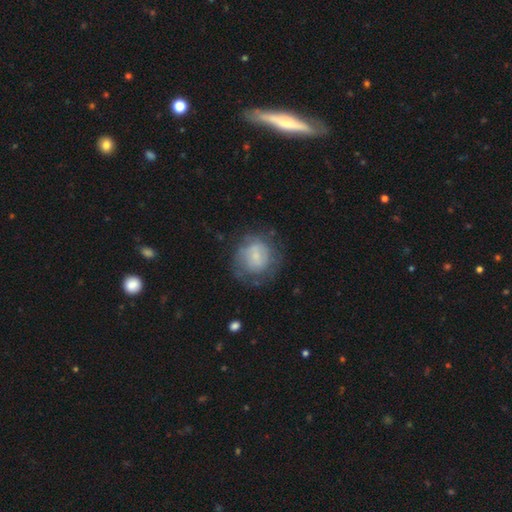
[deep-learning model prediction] Smooth or featured? Predicted: smooth (p=0.51). How rounded? Predicted: round (p=0.81). Merging? Predicted: none (p=0.62).